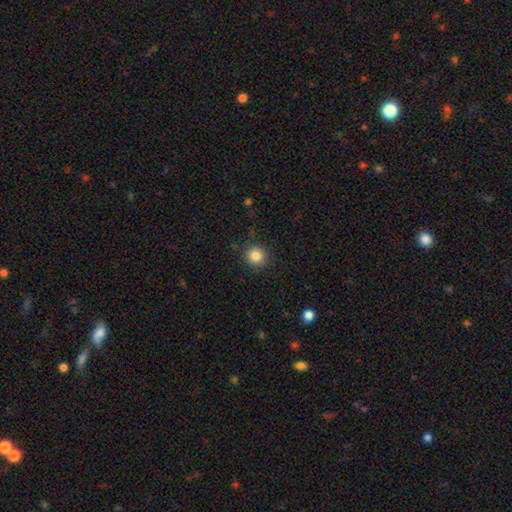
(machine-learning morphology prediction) This appears to be a smooth galaxy with no disk features (85%) that is round (93%). Merging: none (90%).